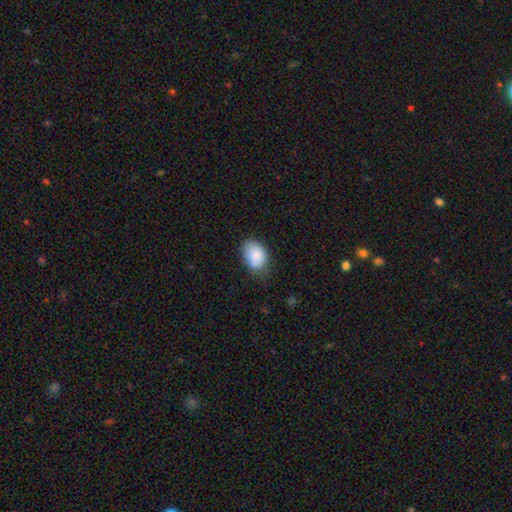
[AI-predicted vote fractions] Smooth or featured? Predicted: smooth (p=0.81). How rounded? Predicted: in between (p=0.77). Merging? Predicted: none (p=0.61).